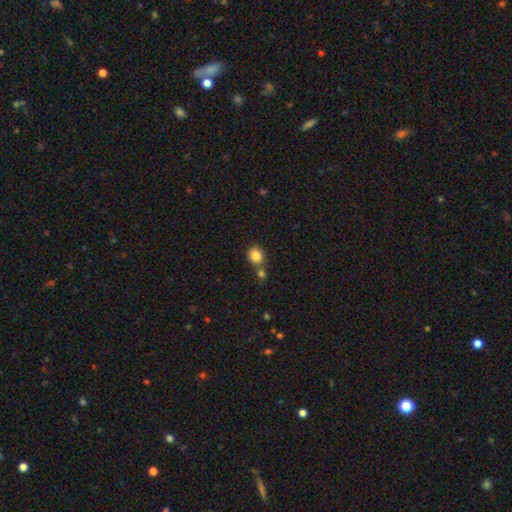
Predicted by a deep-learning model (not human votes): This is clearly a smooth galaxy (85%). How rounded: likely round (73%). Merging: possibly none (58%).